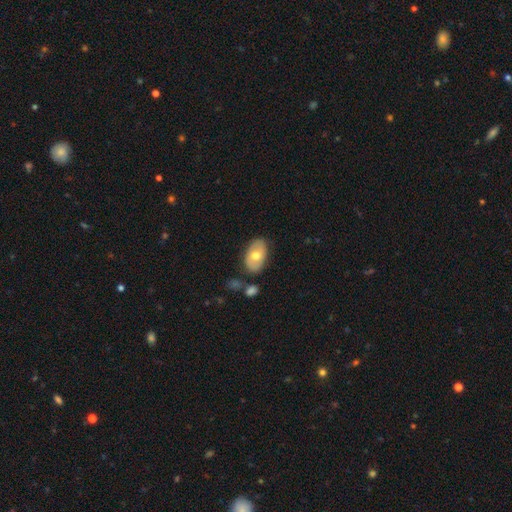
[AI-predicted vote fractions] Smooth or featured: smooth — 61% (featured or disk — 33%)
How rounded: in between — 90% (round — 8%)
Merging: none — 77% (minor disturbance — 14%)